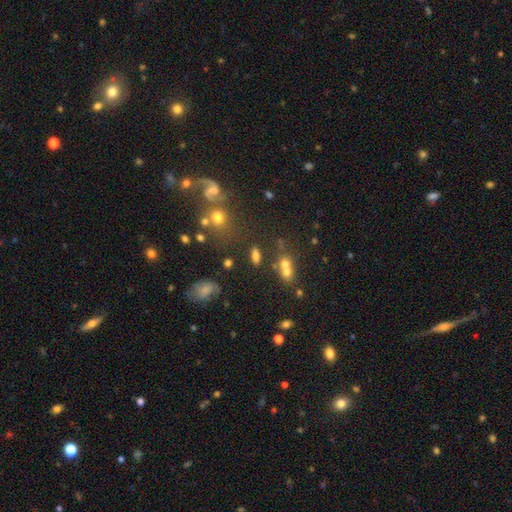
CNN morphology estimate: Smooth or featured? Predicted: smooth (p=0.68). How rounded? Predicted: in between (p=0.73). Merging? Predicted: none (p=0.57).